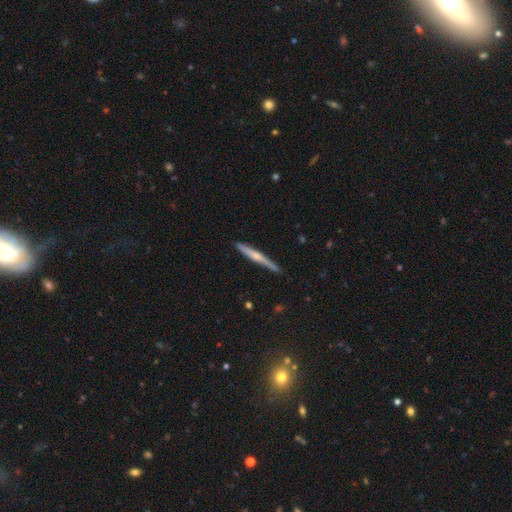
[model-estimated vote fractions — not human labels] Morphology: type=featured or disk (58%); edge-on=yes (97%); edge-on bulge=rounded (71%); merging=none (87%).